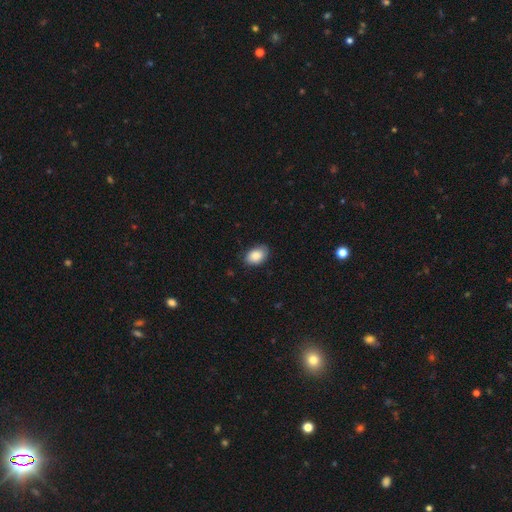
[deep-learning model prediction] The model was most divided on "merging": none: 76%, minor disturbance: 19%, major disturbance: 3%, merger: 1%. More confident: smooth or featured — smooth (86%); how rounded — in between (84%).